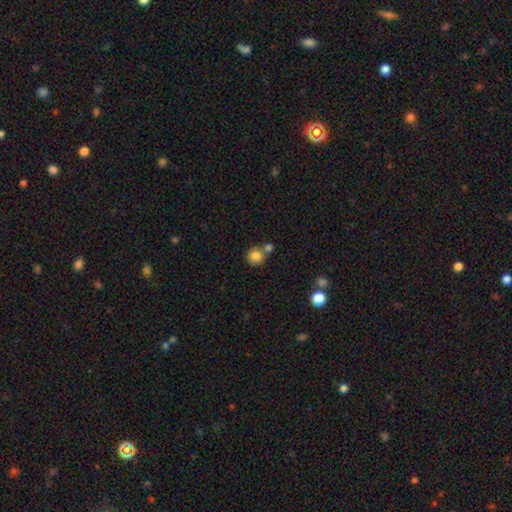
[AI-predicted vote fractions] A smooth galaxy with no disk features (83%) that is round (89%). Merging: none (57%).